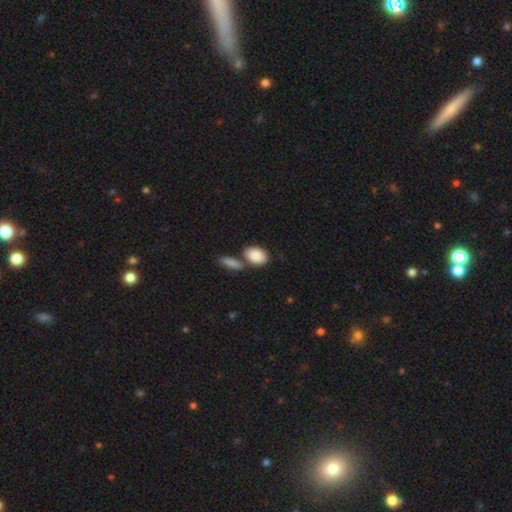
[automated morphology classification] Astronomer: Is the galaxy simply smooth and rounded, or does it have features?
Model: smooth — 88%.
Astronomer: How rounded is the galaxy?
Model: in between — 86%.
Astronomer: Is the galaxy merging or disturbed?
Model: none — 57%.